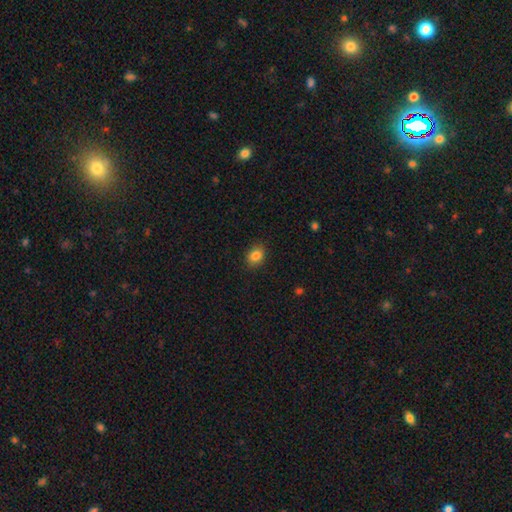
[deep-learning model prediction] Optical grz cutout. It shows a smooth galaxy with no disk features (85%) that is in between round and cigar-shaped (61%). Merging: none (86%).